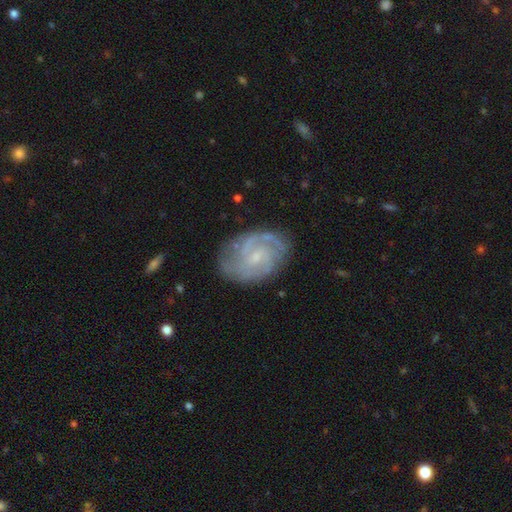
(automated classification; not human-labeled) Smooth or featured? featured or disk (83%)
Edge-on disk? no (97%)
Bar? no (50%)
Spiral arms? yes (95%)
Spiral winding? tight (51%)
Spiral arm count? 2 (46%)
Bulge size? small (69%)
Merging? none (75%)